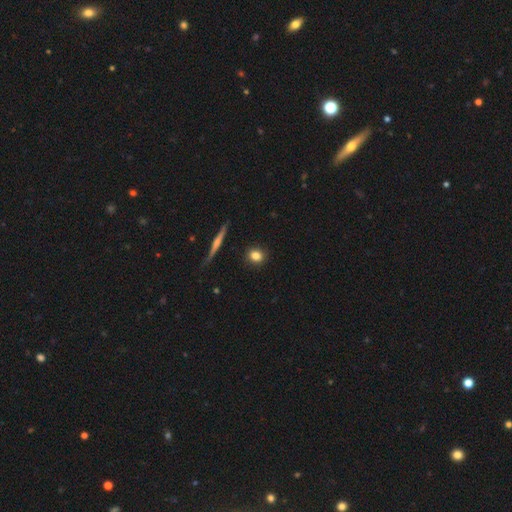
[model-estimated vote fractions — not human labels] Smooth or featured?
  - smooth: 83% *
  - star or artifact: 9%
  - featured or disk: 8%
How rounded?
  - round: 70% *
  - in between: 26%
  - cigar-shaped: 4%
Merging?
  - none: 89% *
  - minor disturbance: 7%
  - major disturbance: 2%
  - merger: 1%